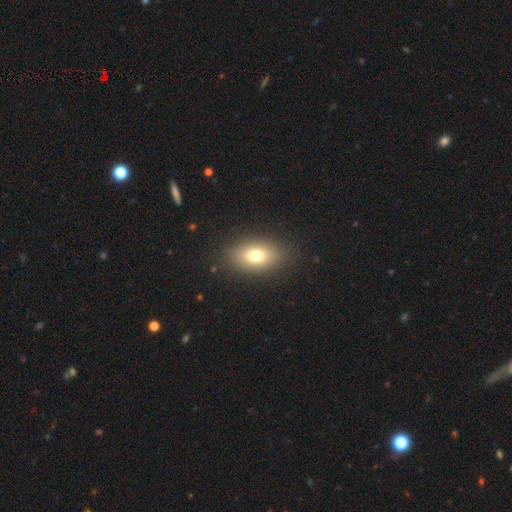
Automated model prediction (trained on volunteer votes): This is likely a smooth galaxy (75%). How rounded: clearly in between (83%). Merging: clearly none (86%).